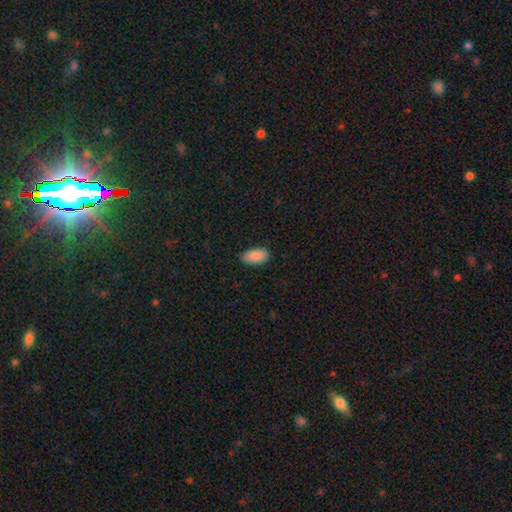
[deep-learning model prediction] Smooth or featured: smooth — 89% (star or artifact — 6%)
How rounded: in between — 95% (round — 3%)
Merging: none — 85% (minor disturbance — 12%)